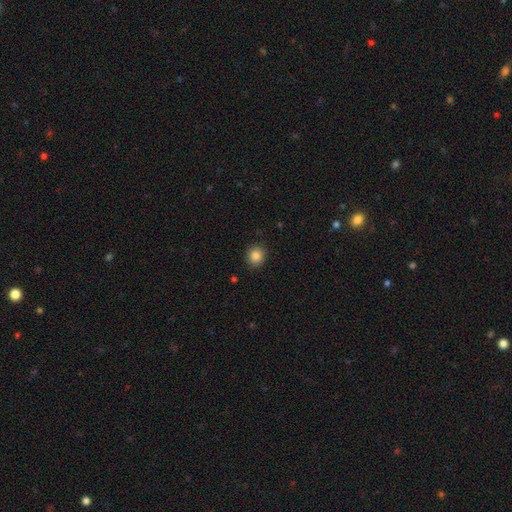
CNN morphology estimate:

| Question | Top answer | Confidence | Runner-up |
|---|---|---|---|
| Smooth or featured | smooth | 86% | star or artifact (10%) |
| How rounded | round | 85% | in between (14%) |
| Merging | none | 90% | minor disturbance (7%) |